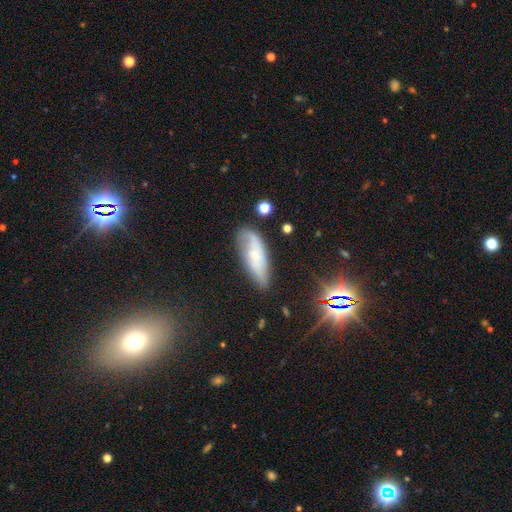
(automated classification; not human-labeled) This is possibly a featured or disk galaxy (58%). It is clearly not viewed edge-on (82%). Merging: likely none (63%).